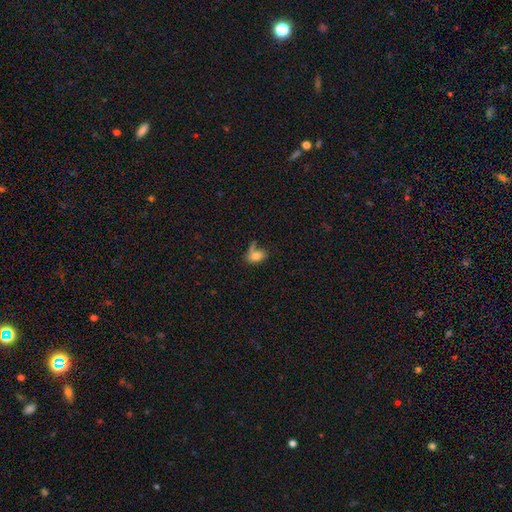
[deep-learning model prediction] A smooth galaxy with no disk features (75%) that is in between round and cigar-shaped (86%). Merging: none (43%).